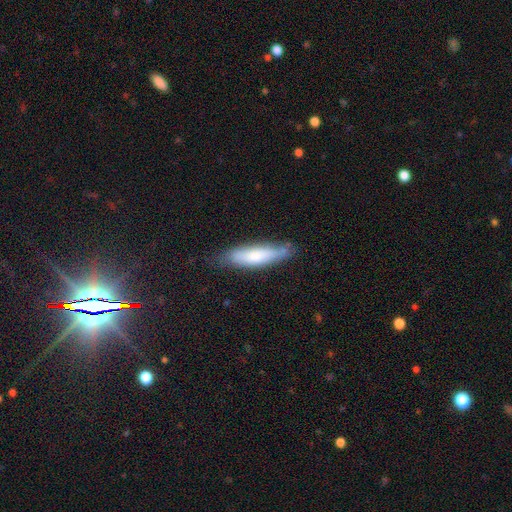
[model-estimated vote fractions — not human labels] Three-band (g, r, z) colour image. It shows a smooth galaxy with no disk features (73%) that is cigar-shaped (71%). Merging: none (71%).